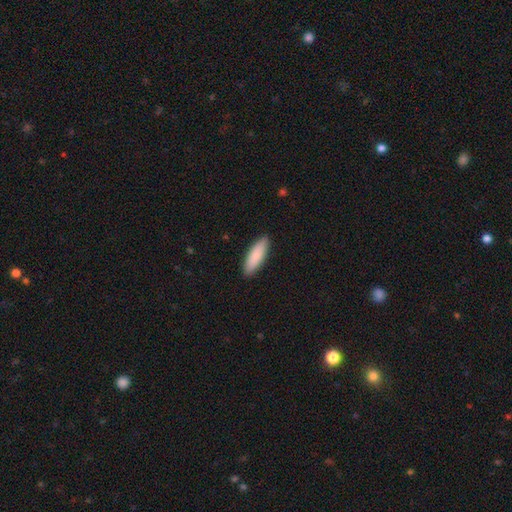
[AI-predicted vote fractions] smooth-or-featured: smooth: 88% | featured or disk: 7% | star or artifact: 5%
  how-rounded: cigar-shaped: 51% | in between: 47% | round: 1%
  merging: none: 90% | minor disturbance: 7% | major disturbance: 2% | merger: 1%